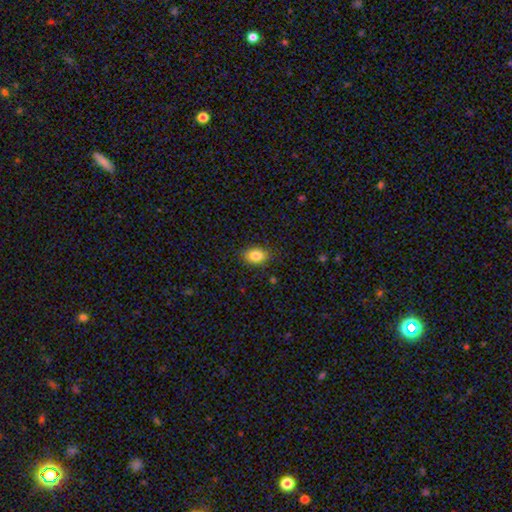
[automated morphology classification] Q: Smooth or featured?
A: smooth (84%); runner-up: star or artifact (9%)
Q: How rounded?
A: in between (78%); runner-up: round (20%)
Q: Merging?
A: none (85%); runner-up: minor disturbance (12%)